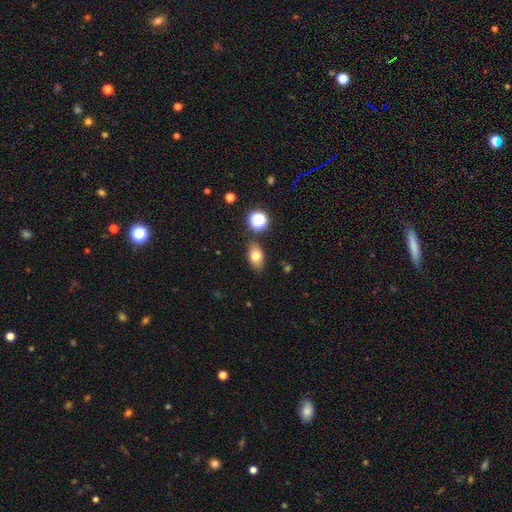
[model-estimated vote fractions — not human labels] Smooth or featured?
  - smooth: 74% *
  - featured or disk: 15%
  - star or artifact: 11%
How rounded?
  - in between: 83% *
  - round: 14%
  - cigar-shaped: 2%
Merging?
  - none: 84% *
  - minor disturbance: 10%
  - merger: 4%
  - major disturbance: 3%